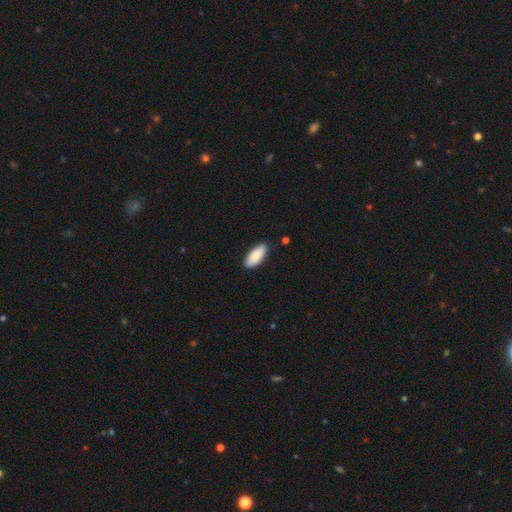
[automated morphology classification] This is clearly a smooth galaxy (86%). How rounded: likely in between (80%). Merging: clearly none (87%).